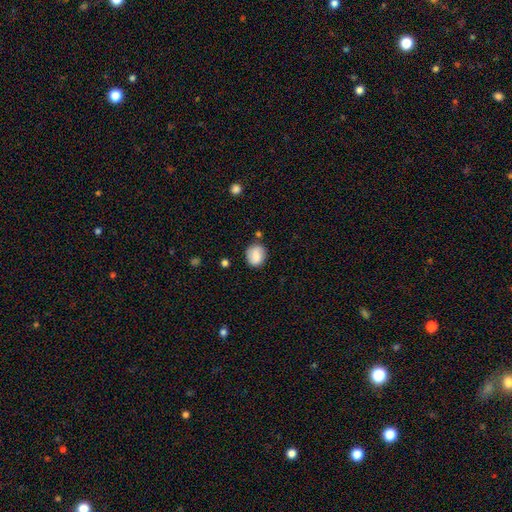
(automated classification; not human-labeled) A smooth galaxy with no disk features (72%) that is round (69%).

Vote fractions:
- Smooth or featured? smooth: 72% / featured or disk: 19% / star or artifact: 8%
- How rounded? round: 69% / in between: 29% / cigar-shaped: 1%
- Merging? none: 78% / minor disturbance: 15% / major disturbance: 4% / merger: 4%